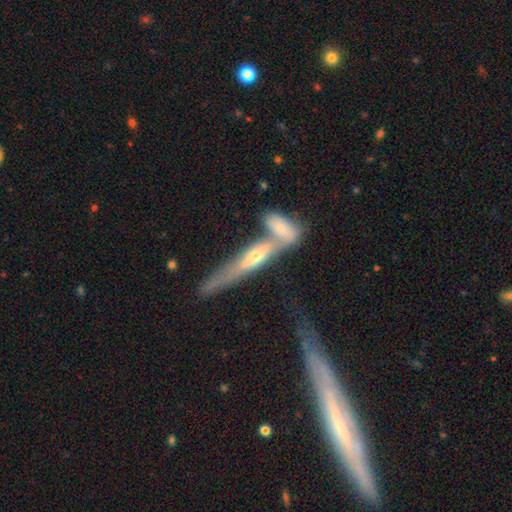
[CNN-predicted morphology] Smooth or featured: featured or disk — 56% (smooth — 37%)
Edge-on disk: yes — 82% (no — 18%)
Merging: merger — 48% (none — 30%)